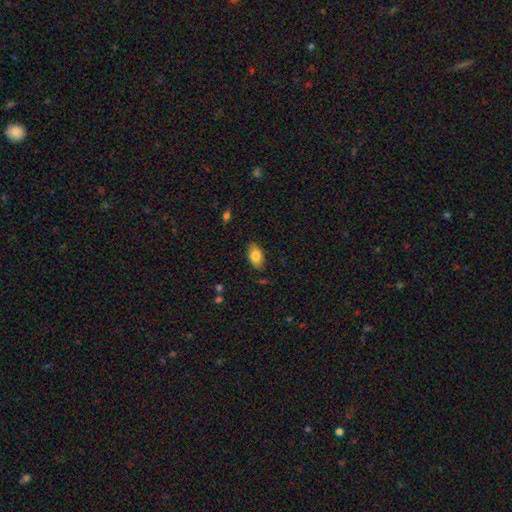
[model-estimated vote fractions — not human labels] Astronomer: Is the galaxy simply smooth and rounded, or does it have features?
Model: smooth — 83%.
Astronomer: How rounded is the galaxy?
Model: in between — 93%.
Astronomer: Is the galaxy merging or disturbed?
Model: none — 84%.